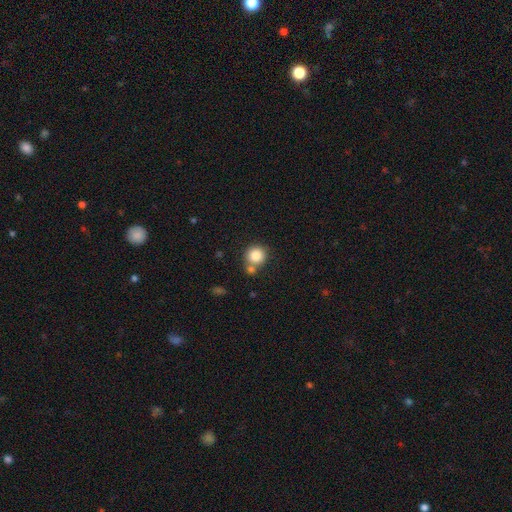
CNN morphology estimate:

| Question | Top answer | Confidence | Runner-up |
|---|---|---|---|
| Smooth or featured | smooth | 83% | star or artifact (10%) |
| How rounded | round | 91% | in between (8%) |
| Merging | none | 64% | merger (23%) |